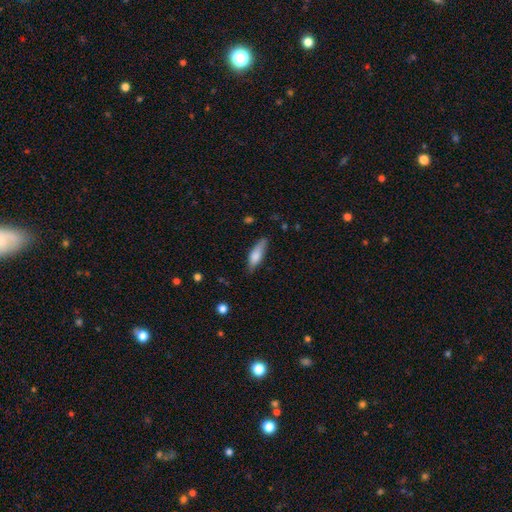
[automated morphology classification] This appears to be a smooth galaxy with no disk features (72%) that is cigar-shaped (51%). Merging: none (74%).